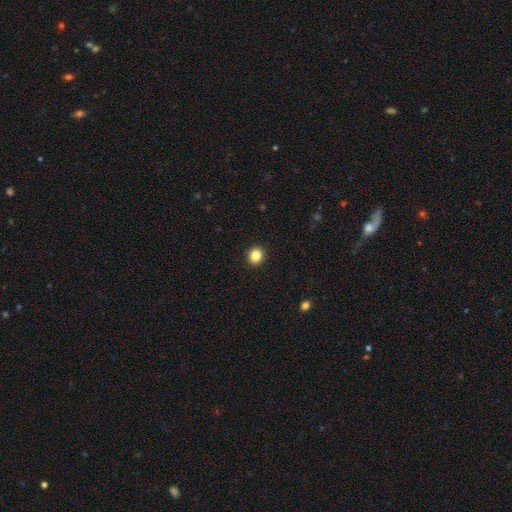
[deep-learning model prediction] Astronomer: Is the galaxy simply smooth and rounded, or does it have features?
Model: smooth — 85%.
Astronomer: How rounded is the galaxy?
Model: round — 82%.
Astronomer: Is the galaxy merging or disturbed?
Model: none — 93%.